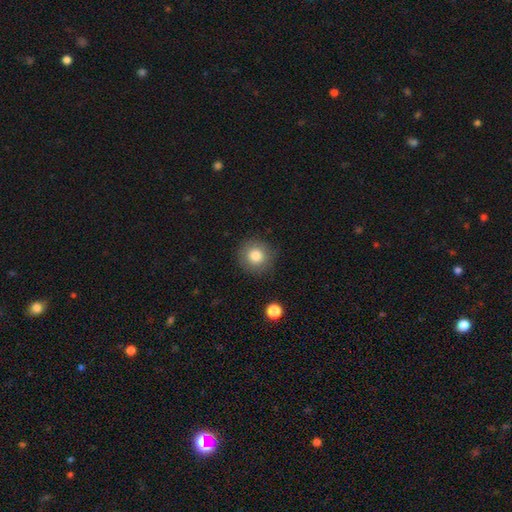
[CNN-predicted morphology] Smooth or featured? Predicted: smooth (p=0.82). How rounded? Predicted: round (p=0.93). Merging? Predicted: none (p=0.87).